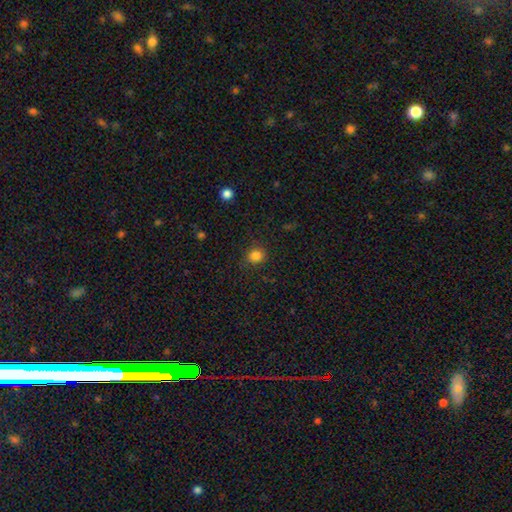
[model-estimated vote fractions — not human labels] Overall: smooth (83%). How rounded: round (83%). Merging: none (86%).